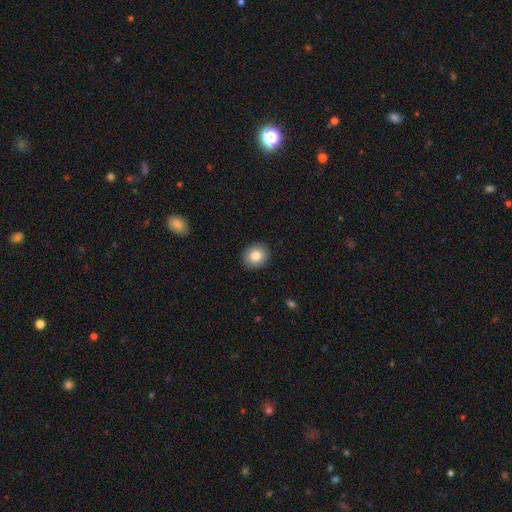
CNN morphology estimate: A smooth galaxy with no disk features (84%) that is round (71%). Merging: none (90%).